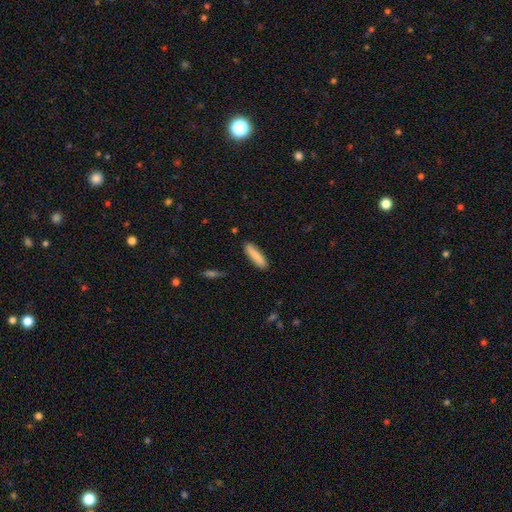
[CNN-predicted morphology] Smooth or featured: smooth — 86% (featured or disk — 8%)
How rounded: cigar-shaped — 76% (in between — 22%)
Merging: none — 88% (minor disturbance — 9%)